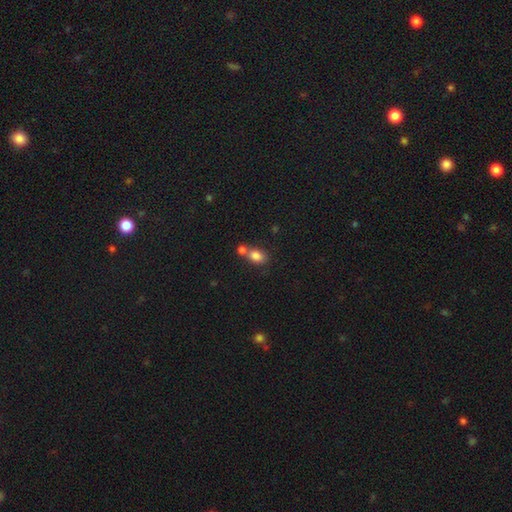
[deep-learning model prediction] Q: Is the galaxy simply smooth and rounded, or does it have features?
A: smooth — 82%.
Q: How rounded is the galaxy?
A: in between — 72%.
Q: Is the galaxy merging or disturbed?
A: none — 45%.